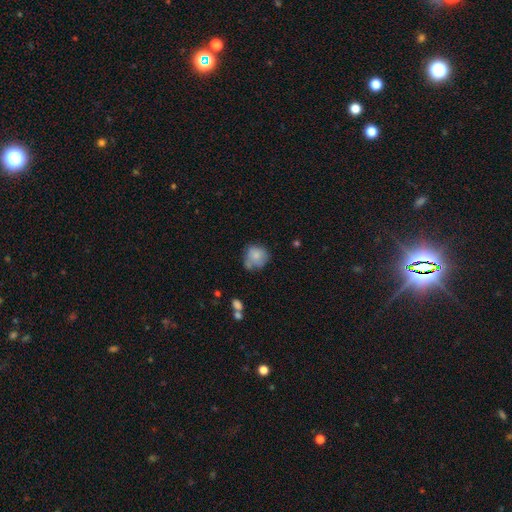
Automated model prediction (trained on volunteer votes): A smooth galaxy with no disk features (75%) that is round (78%). Merging: none (47%).